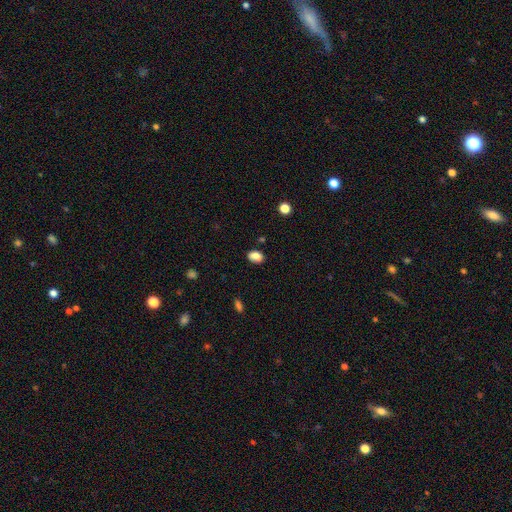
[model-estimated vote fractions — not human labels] Smooth or featured?
  - smooth: 83% *
  - star or artifact: 10%
  - featured or disk: 8%
How rounded?
  - in between: 79% *
  - round: 19%
  - cigar-shaped: 2%
Merging?
  - none: 78% *
  - minor disturbance: 15%
  - merger: 4%
  - major disturbance: 3%